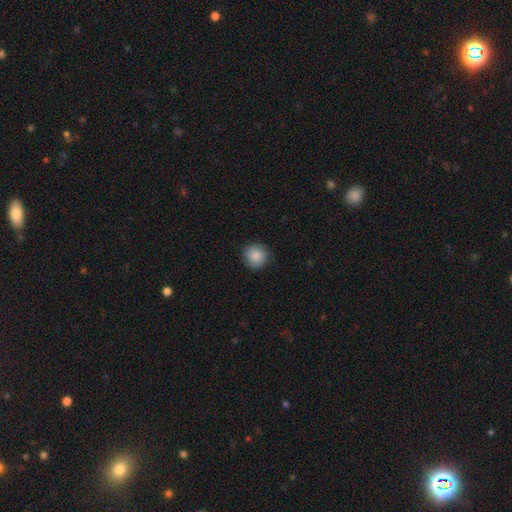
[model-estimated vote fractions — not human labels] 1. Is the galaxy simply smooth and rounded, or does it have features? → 87% smooth, 8% star or artifact, 5% featured or disk.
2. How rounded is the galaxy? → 93% round, 6% in between, 1% cigar-shaped.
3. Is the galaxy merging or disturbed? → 88% none, 9% minor disturbance, 2% major disturbance, 1% merger.